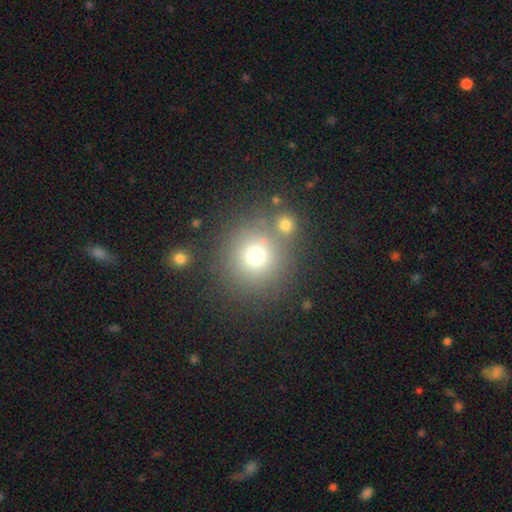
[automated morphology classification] Overall: smooth (72%). How rounded: round (91%). Merging: none (72%).